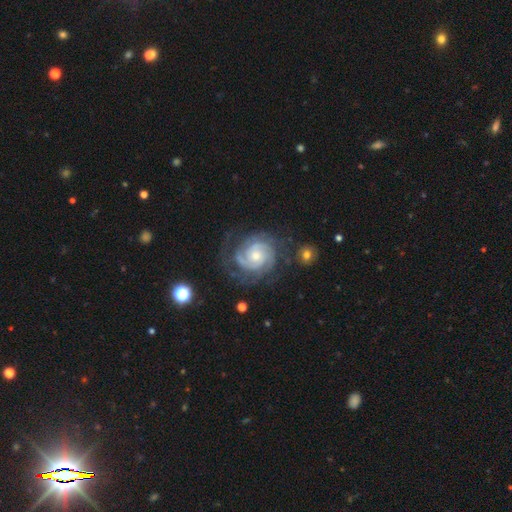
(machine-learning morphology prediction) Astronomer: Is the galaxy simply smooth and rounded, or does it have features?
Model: featured or disk — 90%.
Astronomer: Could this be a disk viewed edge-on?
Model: no — 98%.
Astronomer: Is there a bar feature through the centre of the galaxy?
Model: no — 70%.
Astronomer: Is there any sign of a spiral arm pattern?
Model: yes — 98%.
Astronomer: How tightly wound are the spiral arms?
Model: tight — 71%.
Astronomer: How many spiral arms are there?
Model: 2 — 41% (runner-up: 3, 26%).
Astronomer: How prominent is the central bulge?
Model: moderate — 48% (runner-up: small, 46%).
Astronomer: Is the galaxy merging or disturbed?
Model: none — 71%.